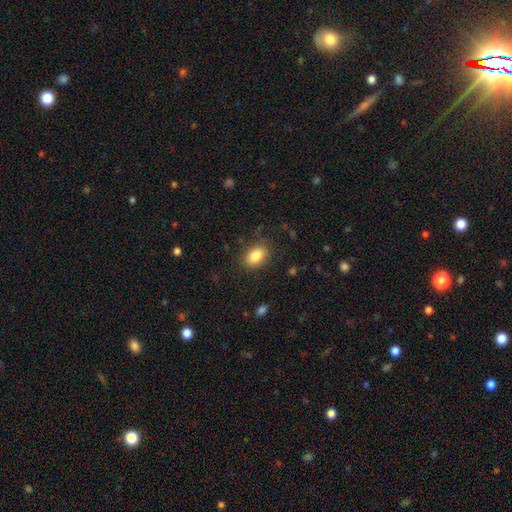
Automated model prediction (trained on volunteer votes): A smooth galaxy with no disk features (85%) that is in between round and cigar-shaped (84%). Merging: none (84%).